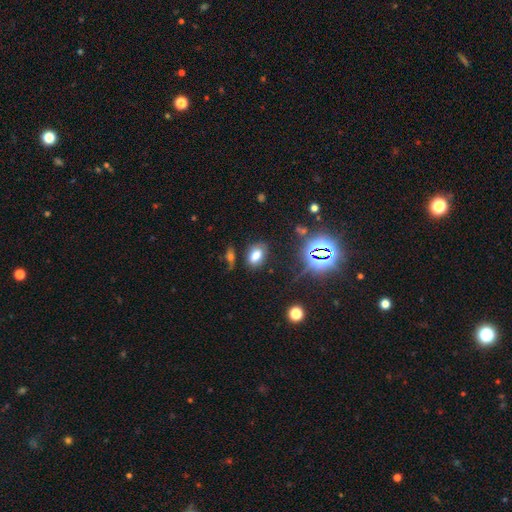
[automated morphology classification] The model was most divided on "smooth or featured": smooth: 69%, star or artifact: 19%, featured or disk: 12%. More confident: how rounded — in between (86%); merging — none (77%).